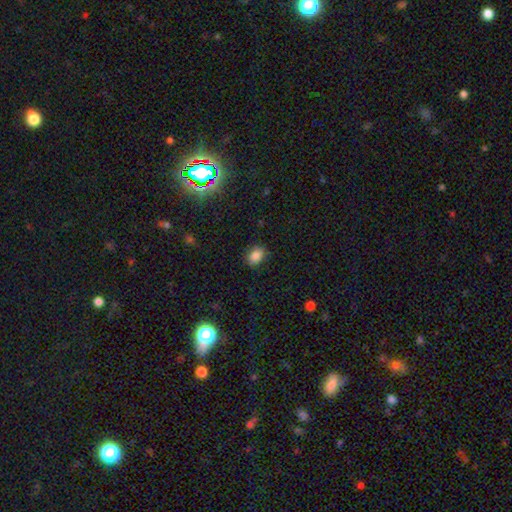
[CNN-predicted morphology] smooth_or_featured: smooth (p=0.84) [alt: star or artifact p=0.10]
how_rounded: in between (p=0.73) [alt: round p=0.26]
merging: none (p=0.86) [alt: minor disturbance p=0.11]